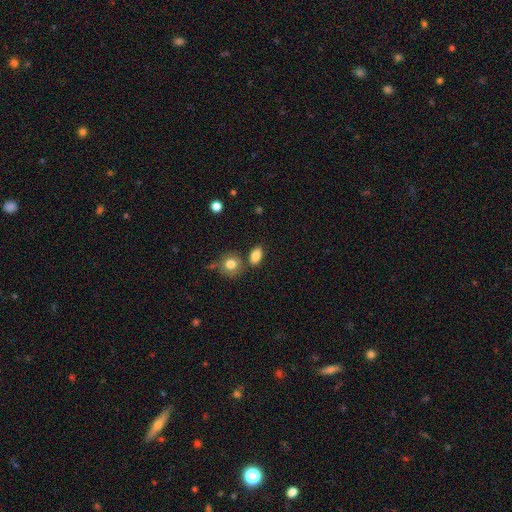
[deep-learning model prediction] Overall: smooth (84%). How rounded: in between (84%). Merging: none (73%).